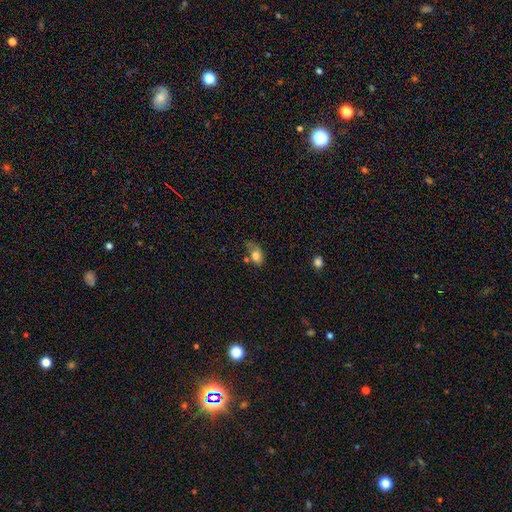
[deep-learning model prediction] smooth 77%, featured or disk 14%, star or artifact 9%. Down the decision tree: how rounded — in between (76%); merging — none (36%).